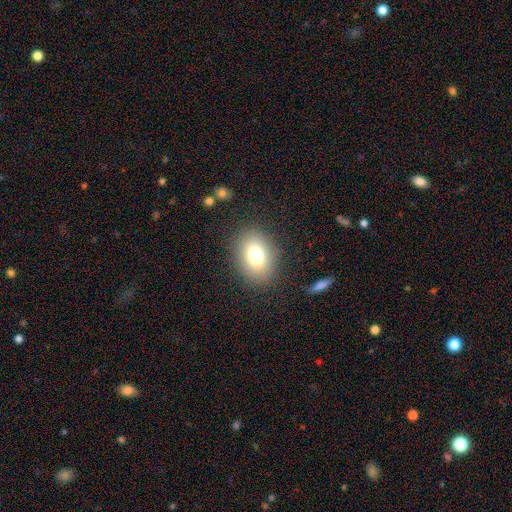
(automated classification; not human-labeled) The model was most divided on "how rounded": in between: 73%, round: 26%, cigar-shaped: 1%. More confident: merging — none (85%); smooth or featured — smooth (77%).